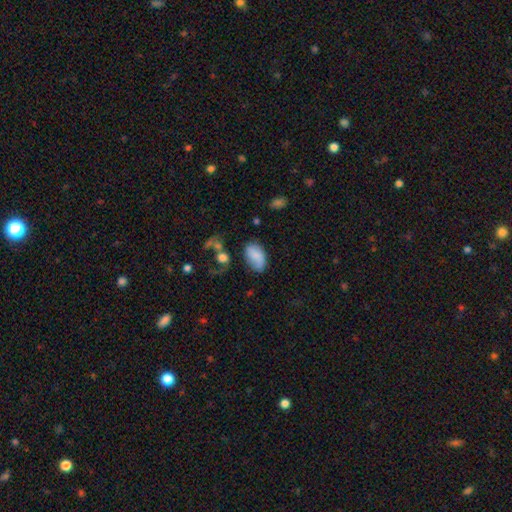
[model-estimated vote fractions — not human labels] Overall: smooth (78%). How rounded: in between (92%). Merging: none (66%).